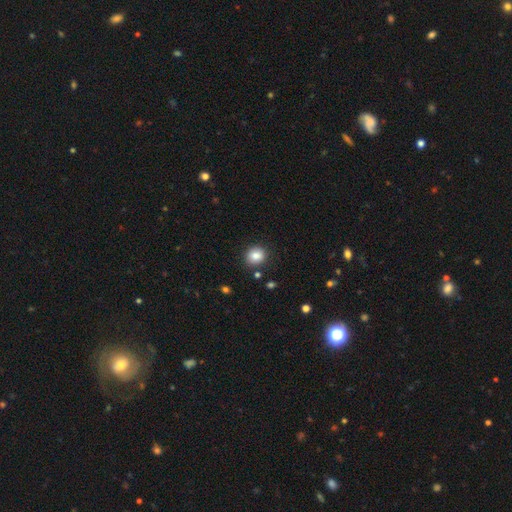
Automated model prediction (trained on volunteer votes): A smooth galaxy with no disk features (85%) that is round (81%). Merging: none (88%).